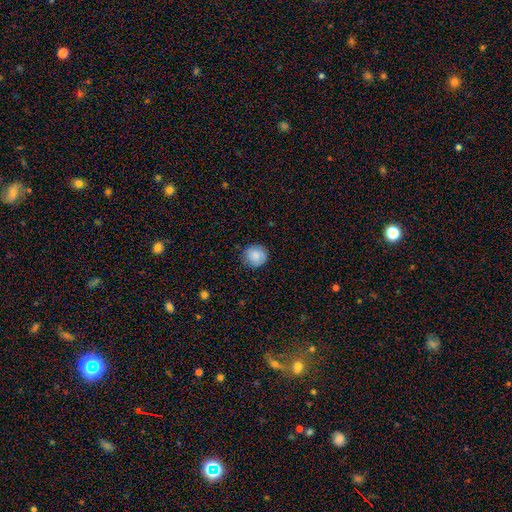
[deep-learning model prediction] Smooth or featured? Predicted: smooth (p=0.82). How rounded? Predicted: round (p=0.91). Merging? Predicted: none (p=0.84).